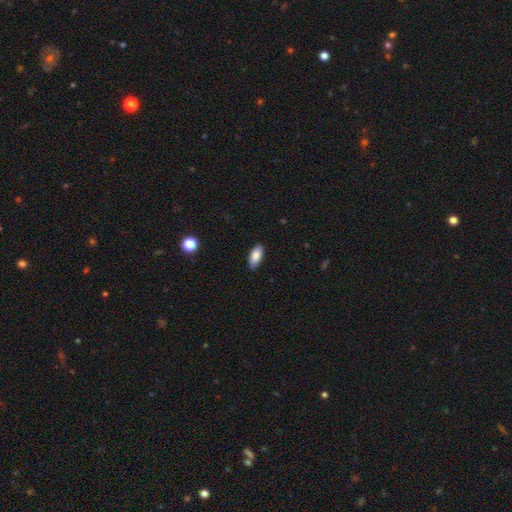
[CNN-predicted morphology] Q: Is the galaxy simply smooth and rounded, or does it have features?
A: smooth — 86%.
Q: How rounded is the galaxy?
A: in between — 88%.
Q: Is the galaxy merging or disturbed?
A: none — 86%.